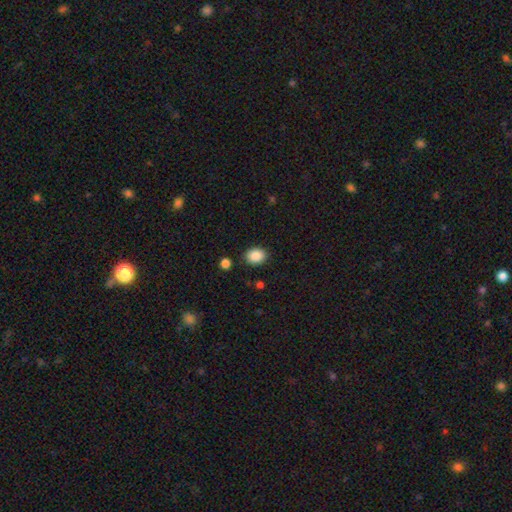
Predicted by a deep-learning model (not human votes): A smooth galaxy with no disk features (88%) that is in between round and cigar-shaped (55%).

Vote fractions:
- Smooth or featured? smooth: 88% / star or artifact: 8% / featured or disk: 4%
- How rounded? in between: 55% / round: 44% / cigar-shaped: 1%
- Merging? none: 87% / minor disturbance: 8% / major disturbance: 2% / merger: 2%